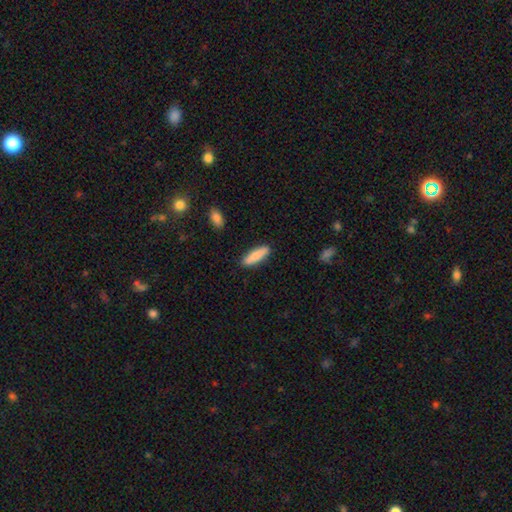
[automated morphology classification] A smooth galaxy with no disk features (82%) that is cigar-shaped (61%).

Vote fractions:
- Smooth or featured? smooth: 82% / featured or disk: 12% / star or artifact: 6%
- How rounded? cigar-shaped: 61% / in between: 37% / round: 2%
- Merging? none: 88% / minor disturbance: 8% / major disturbance: 2% / merger: 2%